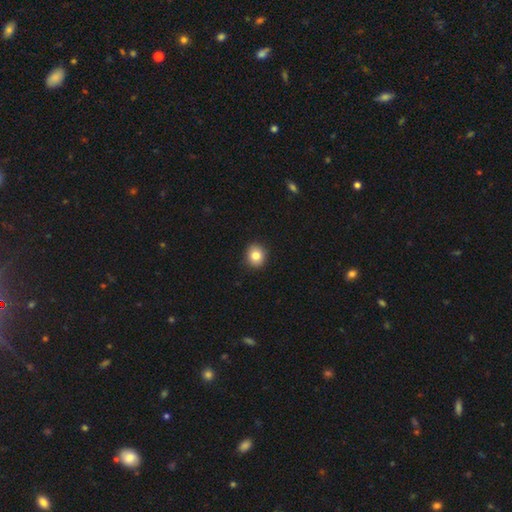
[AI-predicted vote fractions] smooth 83%, star or artifact 10%, featured or disk 7%. Down the decision tree: how rounded — round (82%); merging — none (92%).